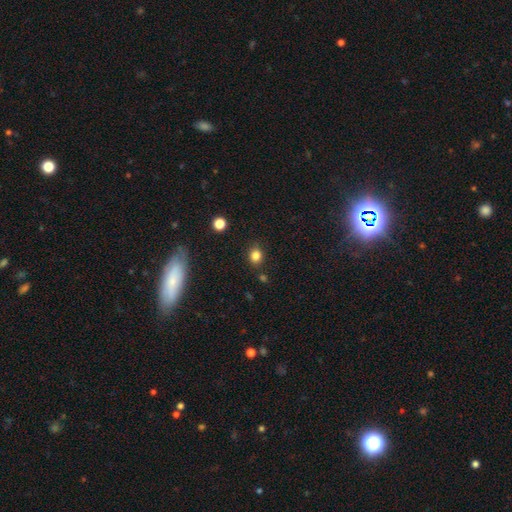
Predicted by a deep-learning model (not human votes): Q: Smooth or featured?
A: smooth (82%); runner-up: star or artifact (12%)
Q: How rounded?
A: round (63%); runner-up: in between (36%)
Q: Merging?
A: none (83%); runner-up: minor disturbance (11%)